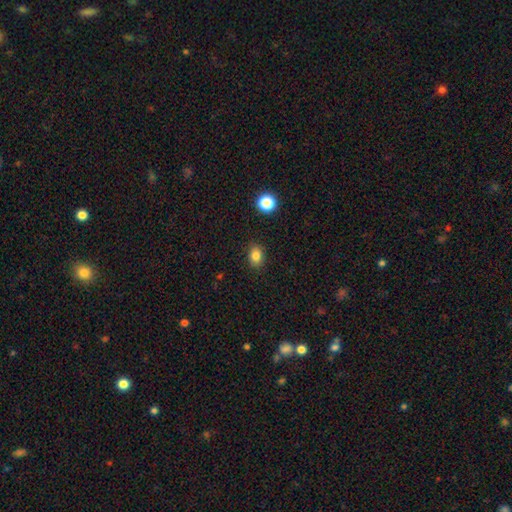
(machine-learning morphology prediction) smooth 83%, star or artifact 11%, featured or disk 6%. Down the decision tree: how rounded — in between (65%); merging — none (88%).